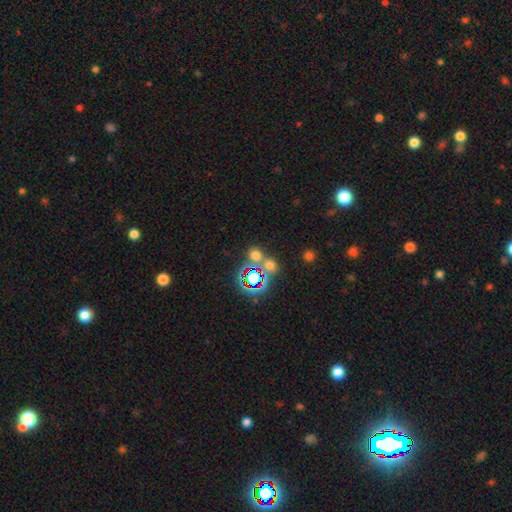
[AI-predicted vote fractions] Overall: smooth (57%; star or artifact 35%). How rounded: round (74%). Merging: none (60%; merger 28%).